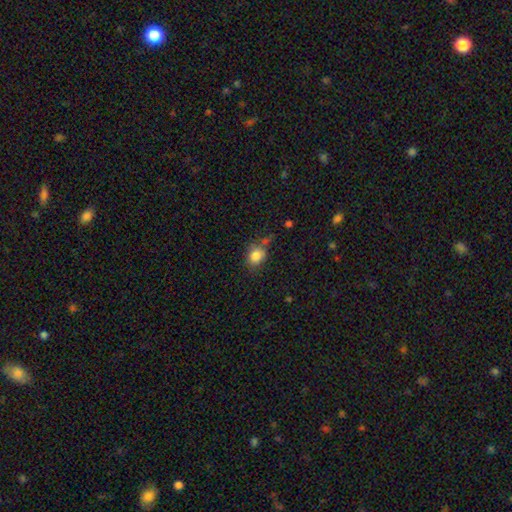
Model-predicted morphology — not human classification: The model was most divided on "how rounded": round: 56%, in between: 43%, cigar-shaped: 1%. More confident: smooth or featured — smooth (83%); merging — none (61%).